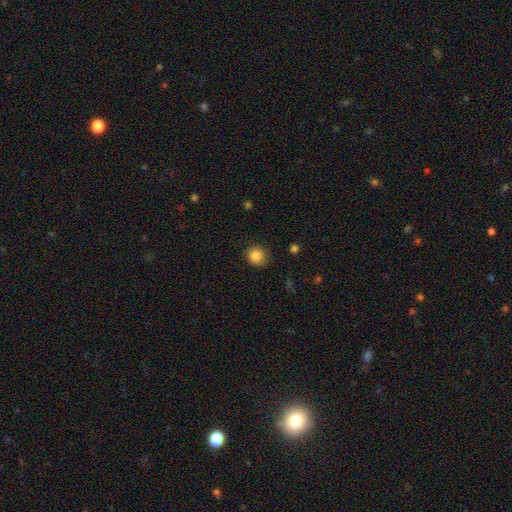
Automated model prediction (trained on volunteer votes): Overall: smooth (84%). How rounded: round (90%). Merging: none (85%).